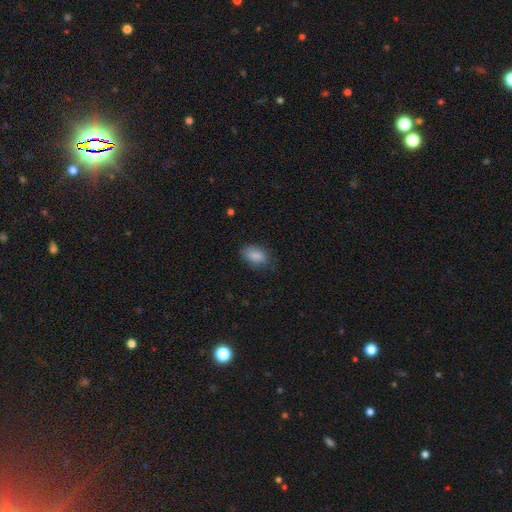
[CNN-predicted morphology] This appears to be a smooth galaxy with no disk features (86%) that is in between round and cigar-shaped (91%). Merging: none (74%).